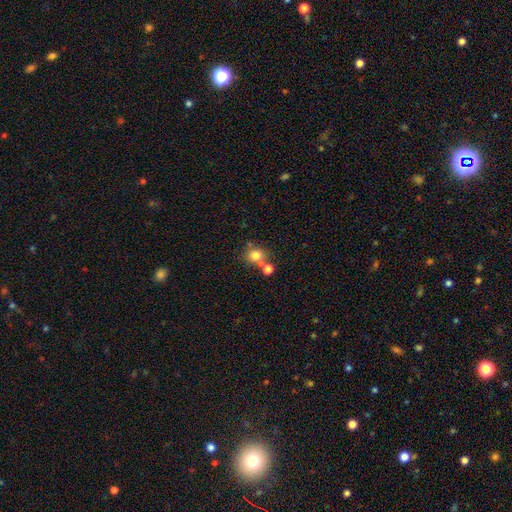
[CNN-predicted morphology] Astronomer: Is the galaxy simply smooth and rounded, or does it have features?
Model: smooth — 76%.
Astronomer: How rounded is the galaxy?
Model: round — 80%.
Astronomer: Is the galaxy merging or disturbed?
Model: none — 58%.